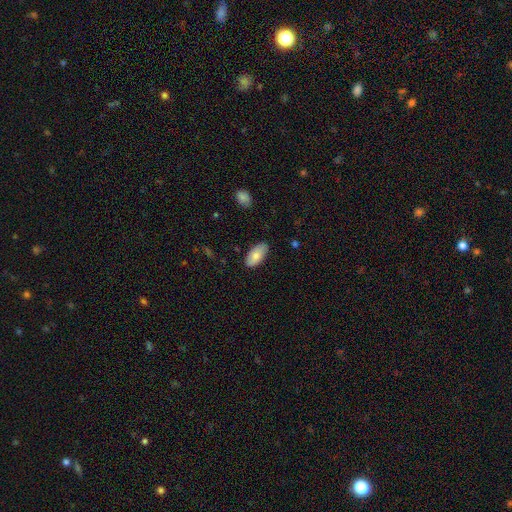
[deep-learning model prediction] smooth-or-featured: smooth: 80% | featured or disk: 14% | star or artifact: 6%
  how-rounded: in between: 94% | cigar-shaped: 4% | round: 2%
  merging: none: 82% | minor disturbance: 14% | major disturbance: 2% | merger: 1%